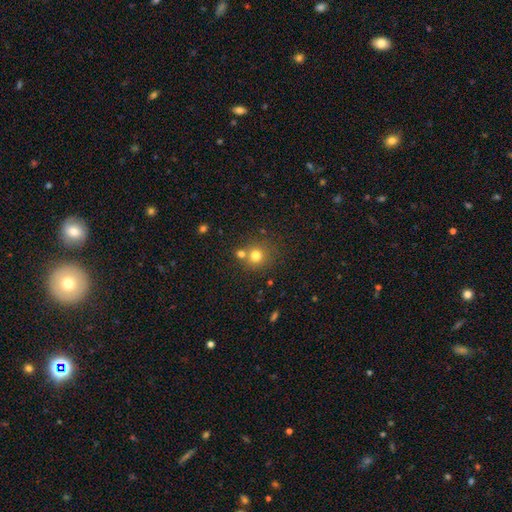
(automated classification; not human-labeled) A smooth galaxy with no disk features (76%) that is round (89%). Merging: none (66%).